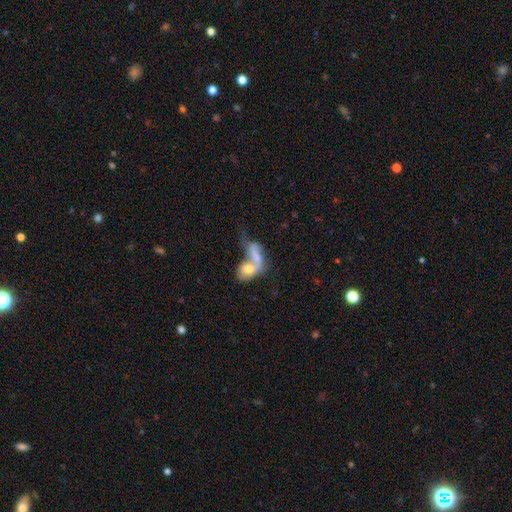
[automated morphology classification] A smooth galaxy with no disk features (59%) that is in between round and cigar-shaped (80%). Merging: merger (77%).